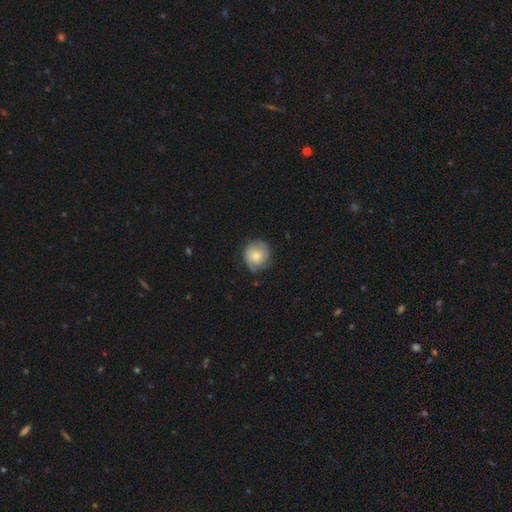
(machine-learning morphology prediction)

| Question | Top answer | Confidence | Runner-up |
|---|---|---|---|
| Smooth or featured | smooth | 52% | featured or disk (41%) |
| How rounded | round | 89% | in between (10%) |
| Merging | none | 68% | minor disturbance (24%) |